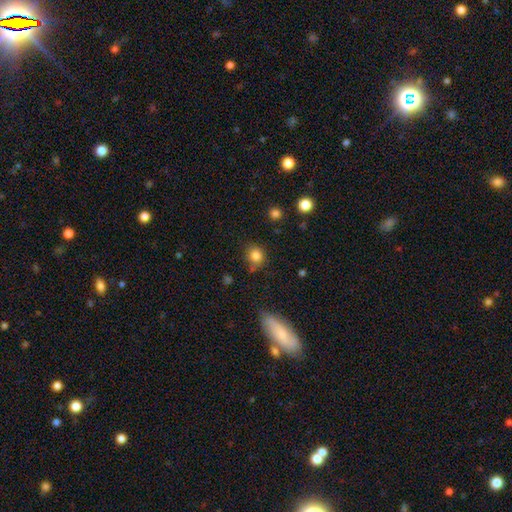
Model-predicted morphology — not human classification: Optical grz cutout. It shows a smooth galaxy with no disk features (83%) that is round (81%). Merging: none (69%).